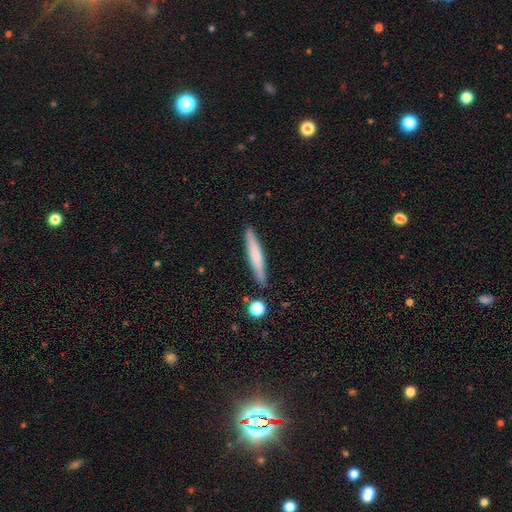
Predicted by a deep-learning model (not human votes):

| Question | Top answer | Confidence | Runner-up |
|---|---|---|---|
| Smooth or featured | smooth | 67% | featured or disk (27%) |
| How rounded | cigar-shaped | 94% | in between (4%) |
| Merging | none | 88% | minor disturbance (8%) |